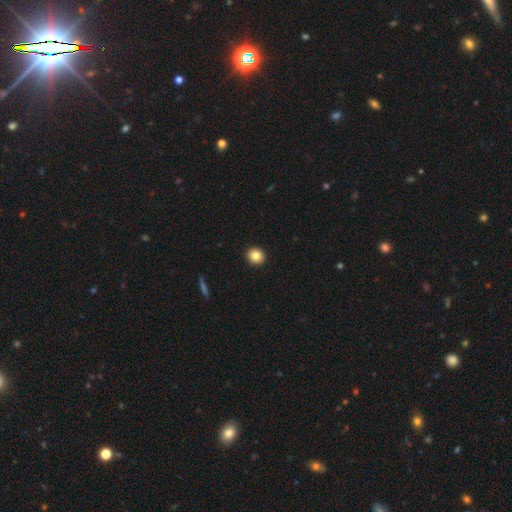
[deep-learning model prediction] Q: Smooth or featured?
A: smooth (83%); runner-up: star or artifact (10%)
Q: How rounded?
A: round (81%); runner-up: in between (18%)
Q: Merging?
A: none (93%); runner-up: minor disturbance (5%)